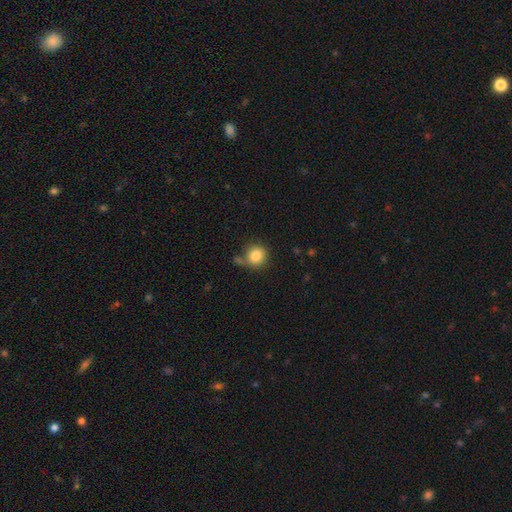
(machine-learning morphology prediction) Overall: smooth (84%). How rounded: round (88%). Merging: none (68%).